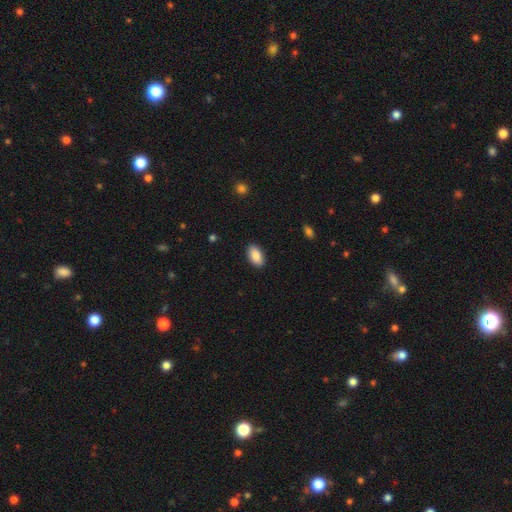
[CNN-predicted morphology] type=smooth (88%); roundness=in between (94%); merging=none (89%).